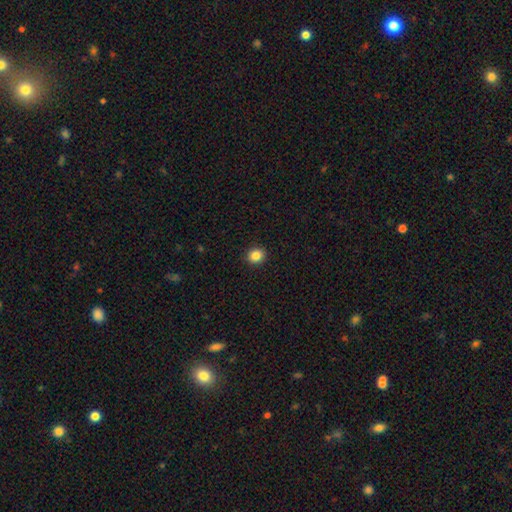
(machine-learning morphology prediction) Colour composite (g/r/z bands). It shows a smooth galaxy with no disk features (85%) that is round (81%). Merging: none (92%).